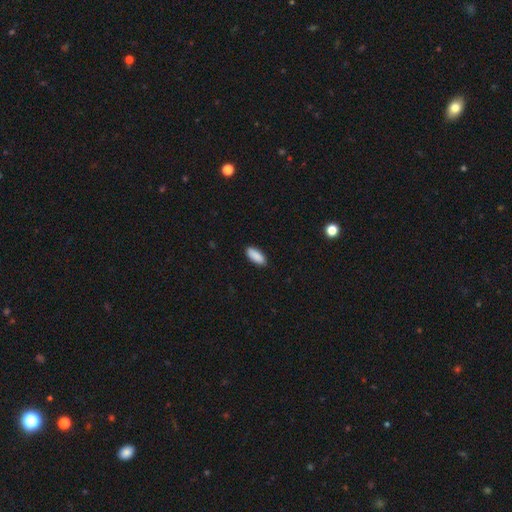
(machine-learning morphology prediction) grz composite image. It shows a smooth galaxy with no disk features (91%) that is in between round and cigar-shaped (81%). Merging: none (90%).